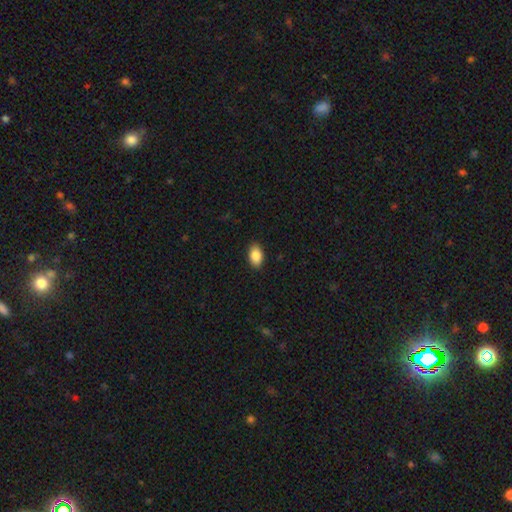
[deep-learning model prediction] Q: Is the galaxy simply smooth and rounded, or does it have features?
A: smooth — 87%.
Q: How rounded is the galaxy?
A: in between — 91%.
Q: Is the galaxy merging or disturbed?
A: none — 89%.